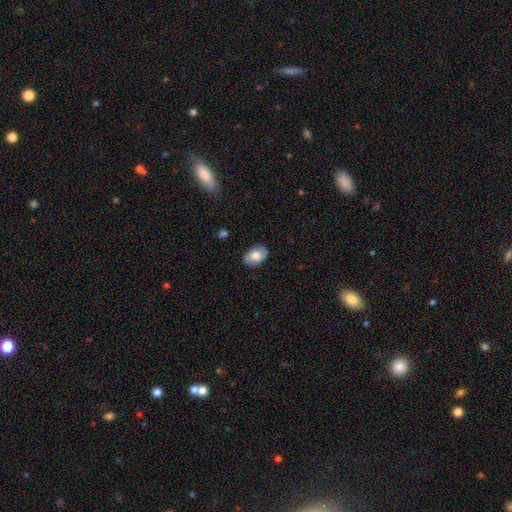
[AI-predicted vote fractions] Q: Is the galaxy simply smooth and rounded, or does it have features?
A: smooth — 66%.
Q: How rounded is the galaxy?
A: in between — 83%.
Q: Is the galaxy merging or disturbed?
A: none — 85%.